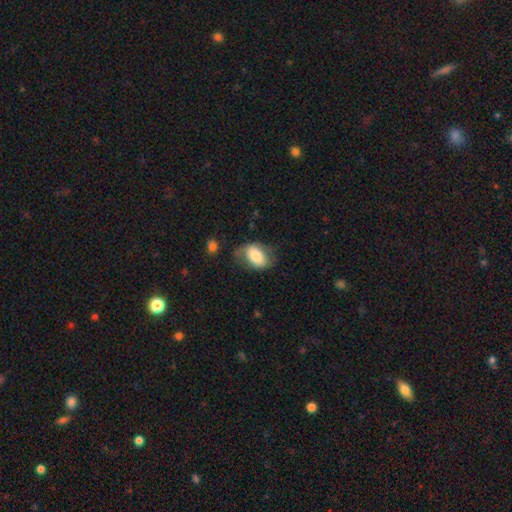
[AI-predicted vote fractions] Smooth or featured? smooth (70%)
How rounded? in between (86%)
Merging? none (57%)